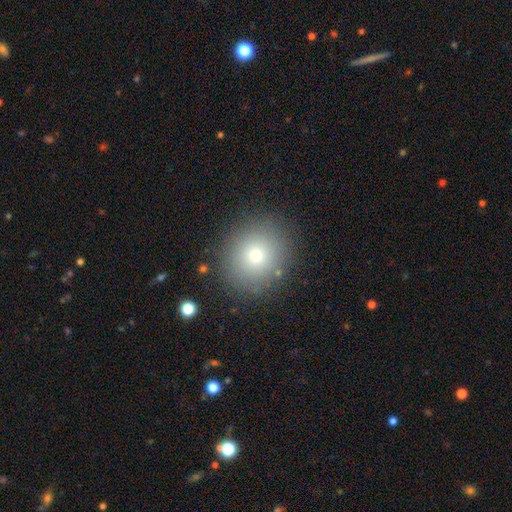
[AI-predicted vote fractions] smooth_or_featured: smooth (p=0.72) [alt: star or artifact p=0.16]
how_rounded: round (p=0.84) [alt: in between p=0.15]
merging: none (p=0.86) [alt: minor disturbance p=0.08]